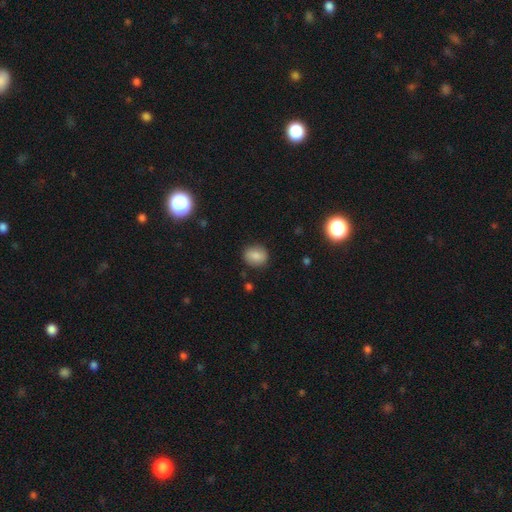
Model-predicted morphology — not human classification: Smooth or featured? smooth (81%)
How rounded? round (66%)
Merging? none (85%)